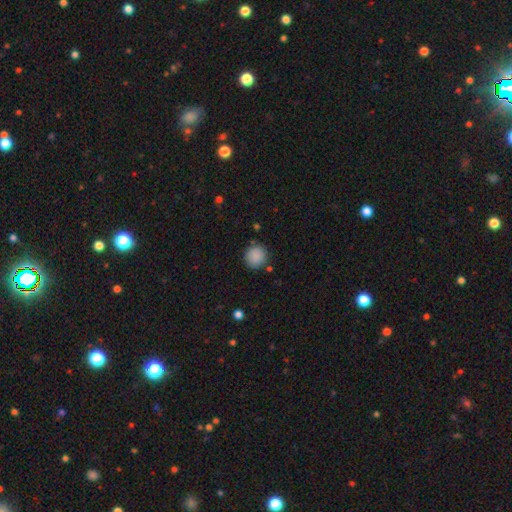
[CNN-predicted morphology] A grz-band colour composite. It shows a smooth galaxy with no disk features (88%) that is round (91%). Merging: none (85%).